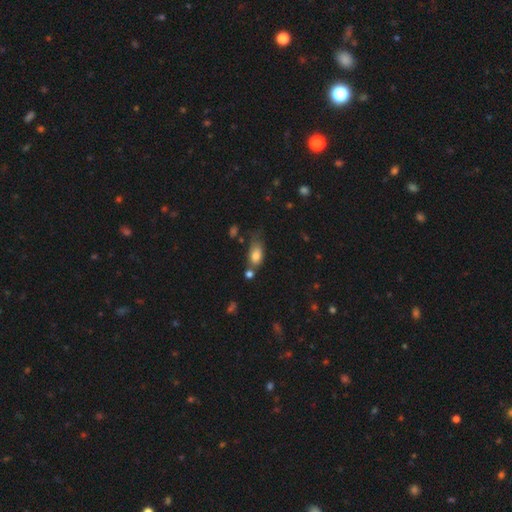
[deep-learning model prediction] Overall: smooth (79%). How rounded: in between (85%). Merging: none (43%; minor disturbance 28%).